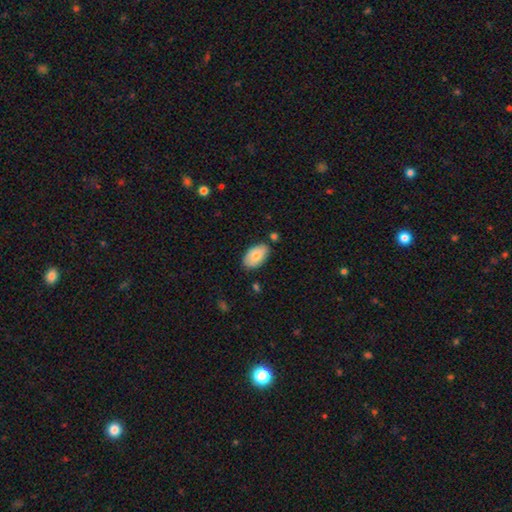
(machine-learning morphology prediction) type=smooth (78%); roundness=in between (94%); merging=none (75%).